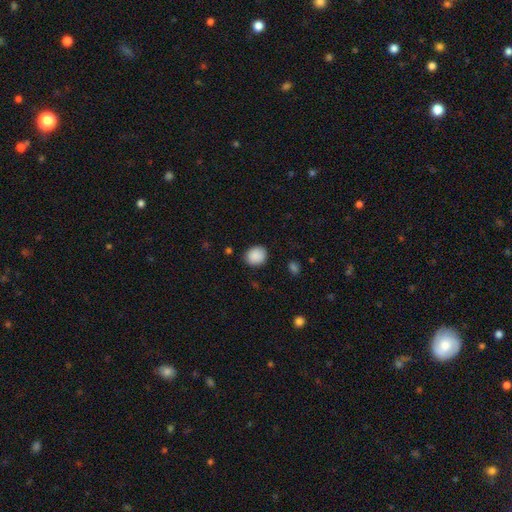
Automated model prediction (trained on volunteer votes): The model was most divided on "how rounded": round: 70%, in between: 29%, cigar-shaped: 1%. More confident: smooth or featured — smooth (89%); merging — none (85%).